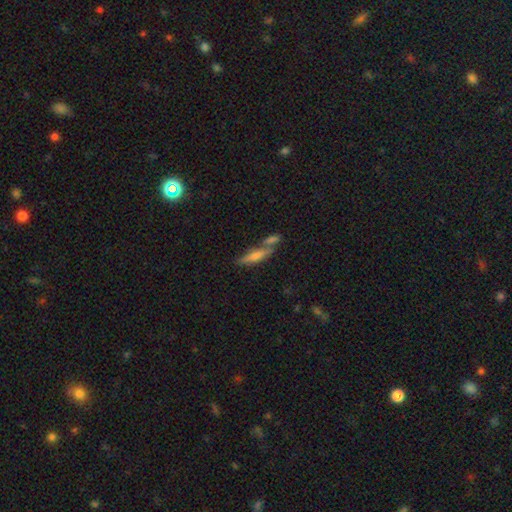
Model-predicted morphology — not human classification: Q: Smooth or featured?
A: featured or disk (45%); runner-up: smooth (43%)
Q: Merging?
A: none (55%); runner-up: merger (29%)